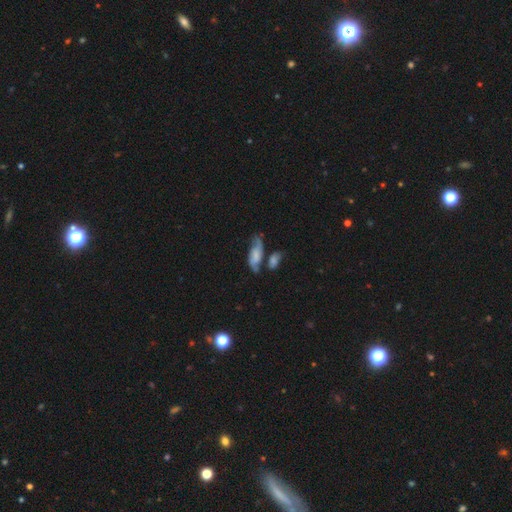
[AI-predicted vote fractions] Morphology: type=featured or disk (50%); merging=none (44%).